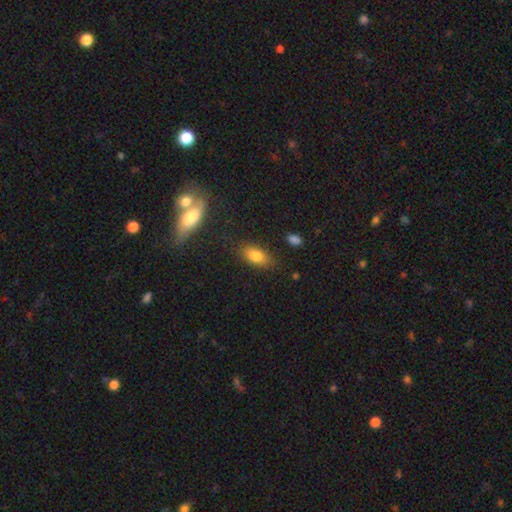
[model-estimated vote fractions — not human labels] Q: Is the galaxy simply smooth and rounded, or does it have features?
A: smooth — 80%.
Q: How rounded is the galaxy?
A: in between — 85%.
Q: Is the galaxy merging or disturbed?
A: none — 80%.